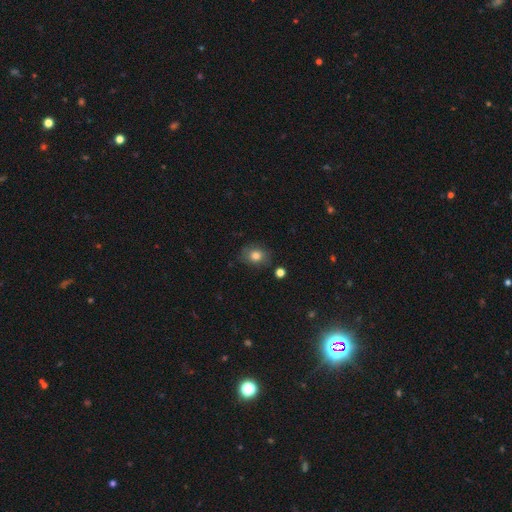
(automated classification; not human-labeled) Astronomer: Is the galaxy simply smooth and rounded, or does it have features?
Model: smooth — 80%.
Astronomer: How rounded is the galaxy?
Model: in between — 53% (runner-up: round, 46%).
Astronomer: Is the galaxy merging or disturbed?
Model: none — 77%.